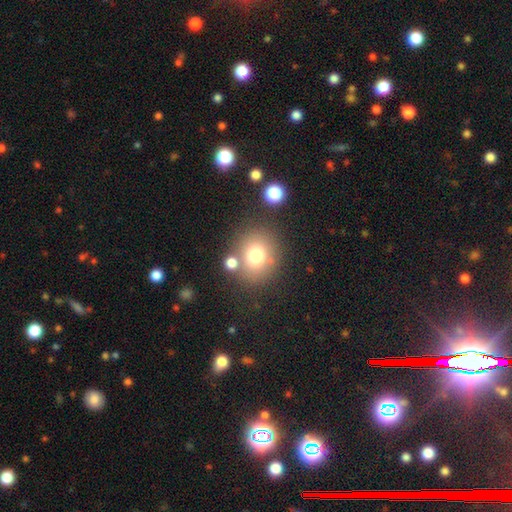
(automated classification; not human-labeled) Smooth or featured? smooth (74%)
How rounded? round (73%)
Merging? none (71%)